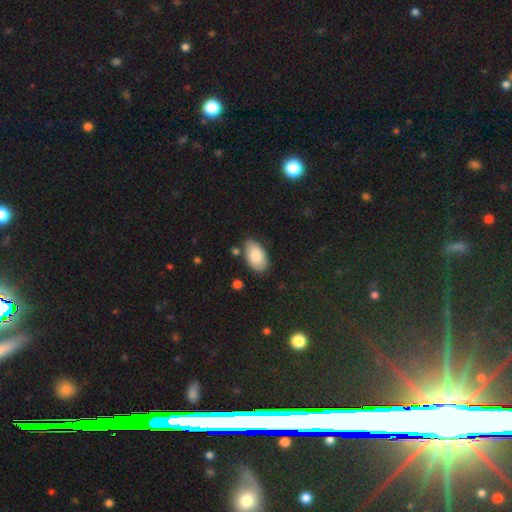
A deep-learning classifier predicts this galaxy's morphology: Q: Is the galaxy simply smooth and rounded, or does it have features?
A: smooth — 85%.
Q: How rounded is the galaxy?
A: in between — 95%.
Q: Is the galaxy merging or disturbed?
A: none — 74%.